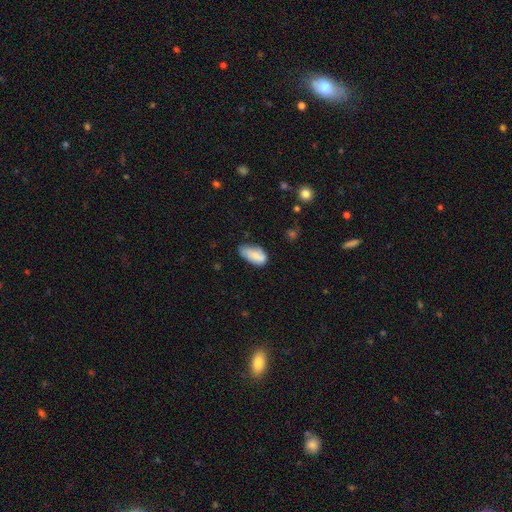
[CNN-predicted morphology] Smooth or featured? Predicted: smooth (p=0.75). How rounded? Predicted: in between (p=0.92). Merging? Predicted: none (p=0.51).